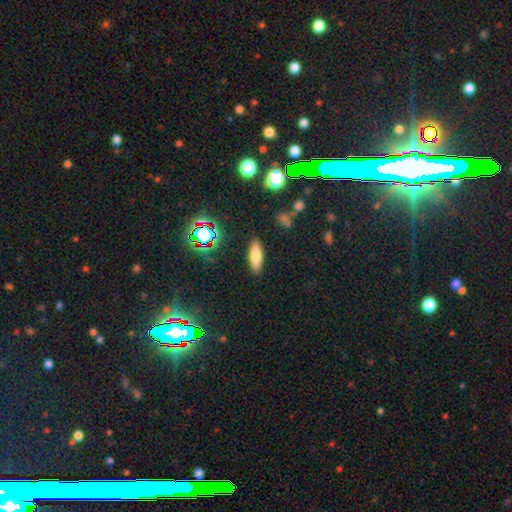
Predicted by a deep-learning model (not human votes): Smooth or featured? Predicted: smooth (p=0.73). How rounded? Predicted: in between (p=0.52). Merging? Predicted: none (p=0.87).